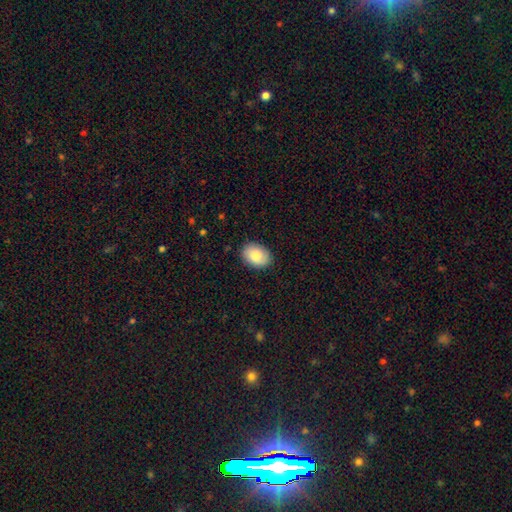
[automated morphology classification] A smooth galaxy with no disk features (84%) that is in between round and cigar-shaped (80%).

Vote fractions:
- Smooth or featured? smooth: 84% / featured or disk: 9% / star or artifact: 6%
- How rounded? in between: 80% / round: 19% / cigar-shaped: 1%
- Merging? none: 88% / minor disturbance: 9% / major disturbance: 2% / merger: 1%